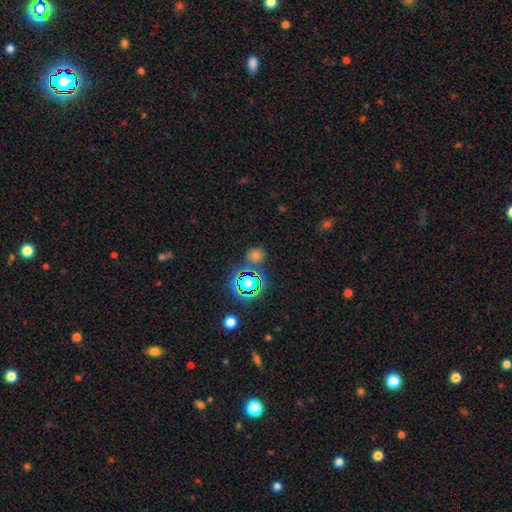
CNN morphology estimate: Smooth or featured? Predicted: smooth (p=0.55). How rounded? Predicted: round (p=0.78). Merging? Predicted: none (p=0.74).